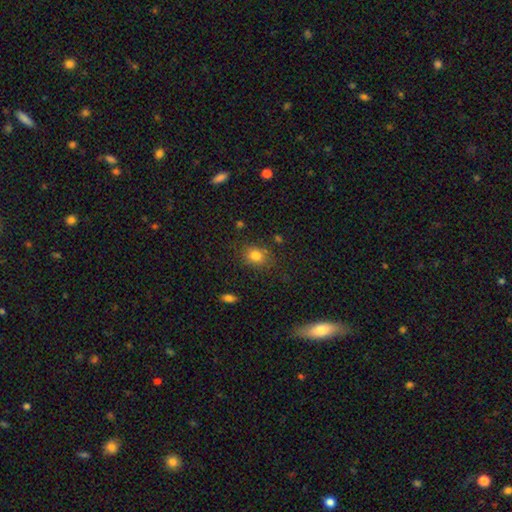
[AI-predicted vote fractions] Q: Smooth or featured?
A: smooth (81%); runner-up: star or artifact (12%)
Q: How rounded?
A: round (51%); runner-up: in between (48%)
Q: Merging?
A: none (78%); runner-up: minor disturbance (15%)